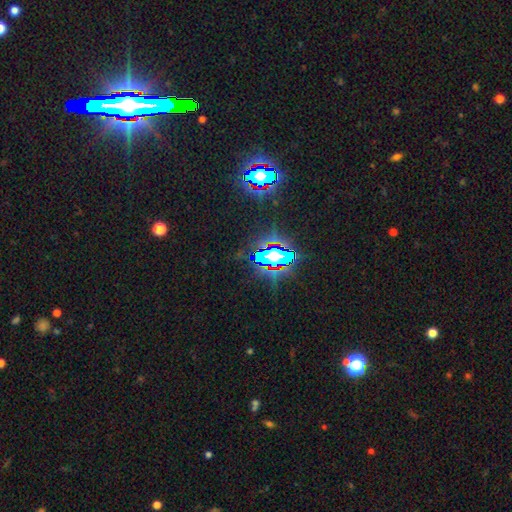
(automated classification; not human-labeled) The model was most divided on "smooth or featured": star or artifact: 75%, smooth: 14%, featured or disk: 11%.